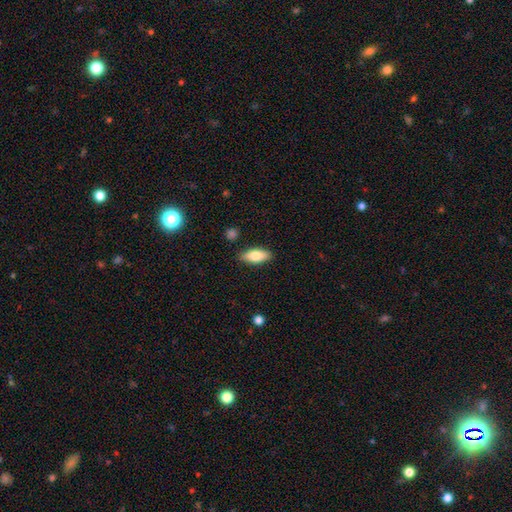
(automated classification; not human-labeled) The model was most divided on "how rounded": in between: 81%, cigar-shaped: 17%, round: 2%. More confident: merging — none (86%); smooth or featured — smooth (80%).